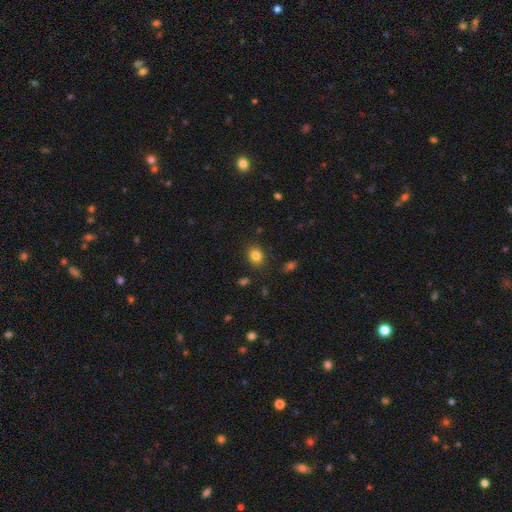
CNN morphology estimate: type=smooth (83%); roundness=round (59%); merging=none (86%).